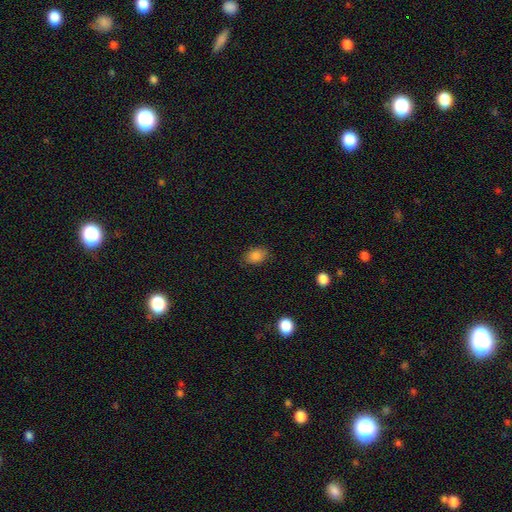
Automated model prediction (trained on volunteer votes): Overall: smooth (85%). How rounded: in between (81%). Merging: none (83%).